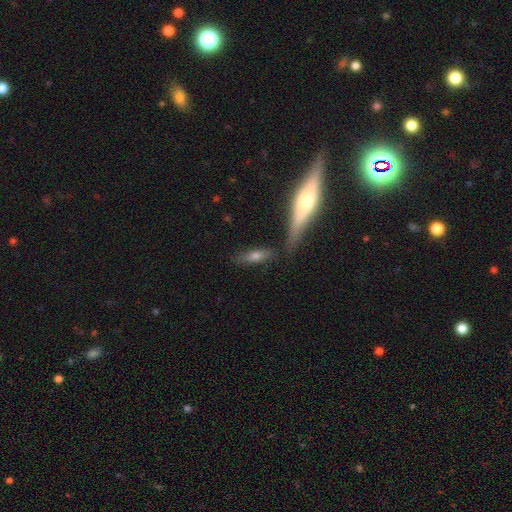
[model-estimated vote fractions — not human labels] Q: Smooth or featured?
A: smooth (59%); runner-up: featured or disk (33%)
Q: How rounded?
A: cigar-shaped (56%); runner-up: in between (40%)
Q: Merging?
A: none (68%); runner-up: minor disturbance (15%)